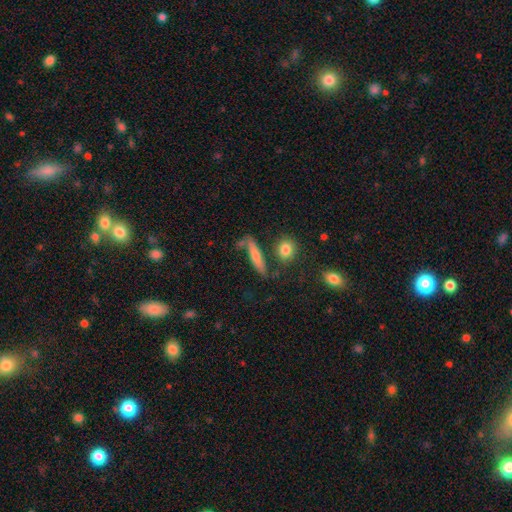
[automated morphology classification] This appears to be a smooth galaxy with no disk features (61%) that is cigar-shaped (81%). Merging: none (70%).